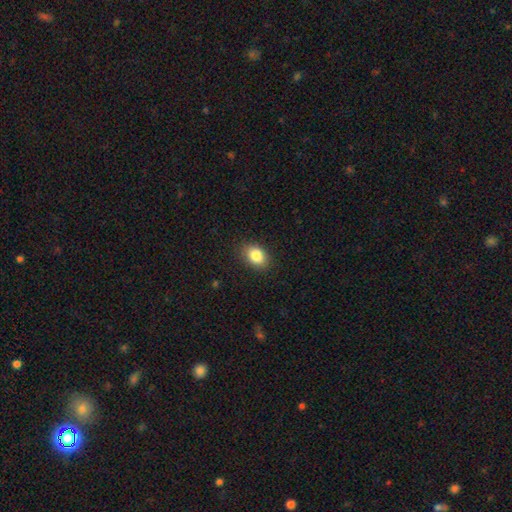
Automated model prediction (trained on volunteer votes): A smooth galaxy with no disk features (86%) that is in between round and cigar-shaped (79%). Merging: none (86%).